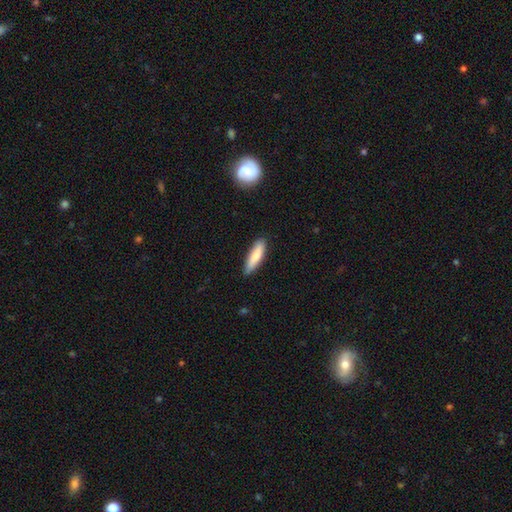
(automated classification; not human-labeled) Smooth or featured? smooth (80%)
How rounded? cigar-shaped (68%)
Merging? none (83%)